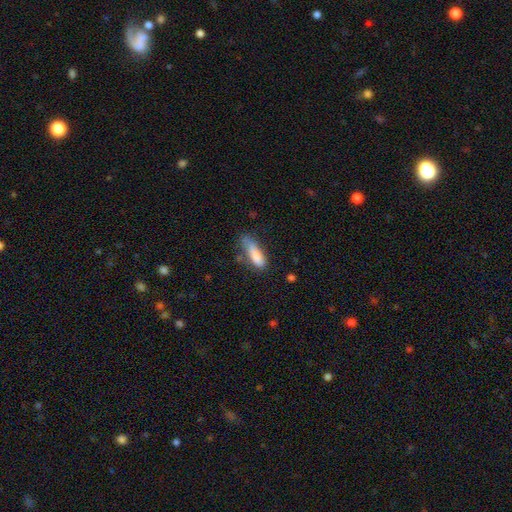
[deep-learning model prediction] Q: Smooth or featured?
A: smooth (81%); runner-up: featured or disk (11%)
Q: How rounded?
A: cigar-shaped (51%); runner-up: in between (47%)
Q: Merging?
A: none (43%); runner-up: minor disturbance (34%)